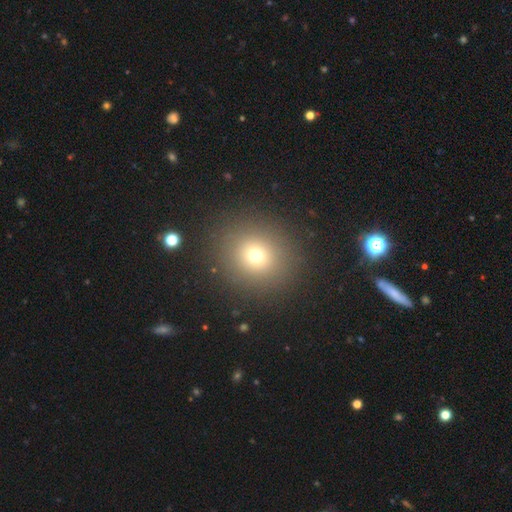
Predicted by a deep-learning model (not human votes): A smooth galaxy with no disk features (70%) that is round (87%). Merging: none (88%).